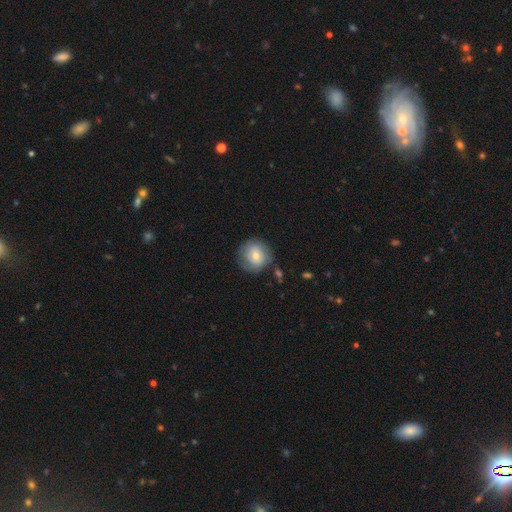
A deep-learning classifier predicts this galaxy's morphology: smooth 67%, featured or disk 25%, star or artifact 8%. Down the decision tree: how rounded — round (90%); merging — none (75%).